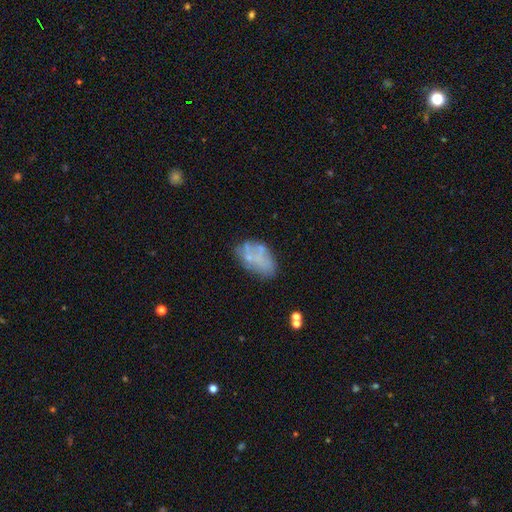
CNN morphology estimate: Smooth or featured? Predicted: featured or disk (p=0.44). Merging? Predicted: none (p=0.53).